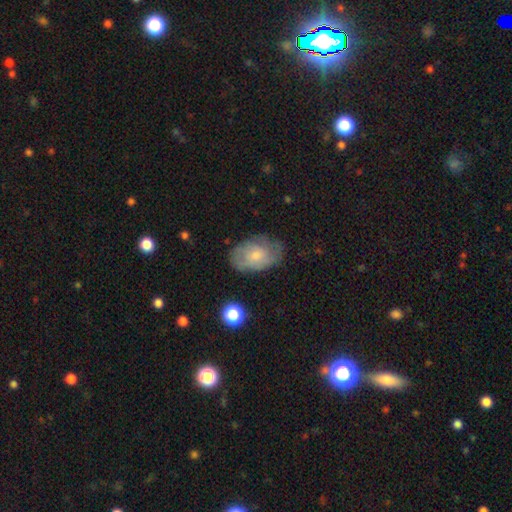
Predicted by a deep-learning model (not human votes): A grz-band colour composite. It shows a smooth galaxy with no disk features (50%) that is in between round and cigar-shaped (86%). Merging: none (66%).